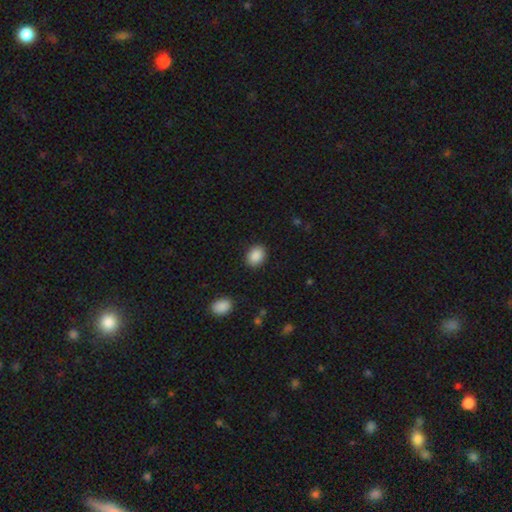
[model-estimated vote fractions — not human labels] A smooth galaxy with no disk features (89%) that is in between round and cigar-shaped (58%).

Vote fractions:
- Smooth or featured? smooth: 89% / star or artifact: 8% / featured or disk: 3%
- How rounded? in between: 58% / round: 41% / cigar-shaped: 1%
- Merging? none: 89% / minor disturbance: 7% / major disturbance: 2% / merger: 1%